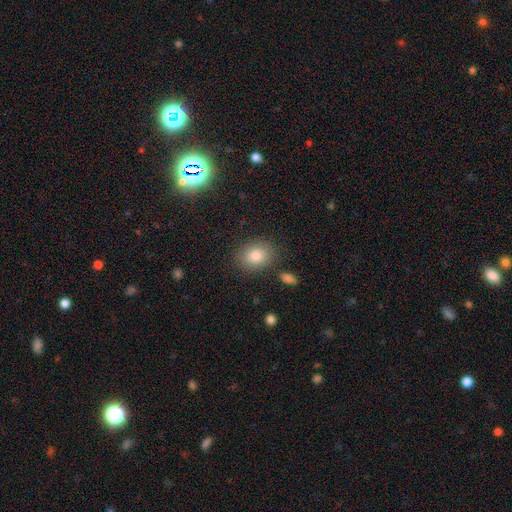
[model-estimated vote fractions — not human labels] A smooth galaxy with no disk features (81%) that is in between round and cigar-shaped (56%).

Vote fractions:
- Smooth or featured? smooth: 81% / star or artifact: 11% / featured or disk: 9%
- How rounded? in between: 56% / round: 42% / cigar-shaped: 1%
- Merging? none: 84% / minor disturbance: 10% / major disturbance: 3% / merger: 3%